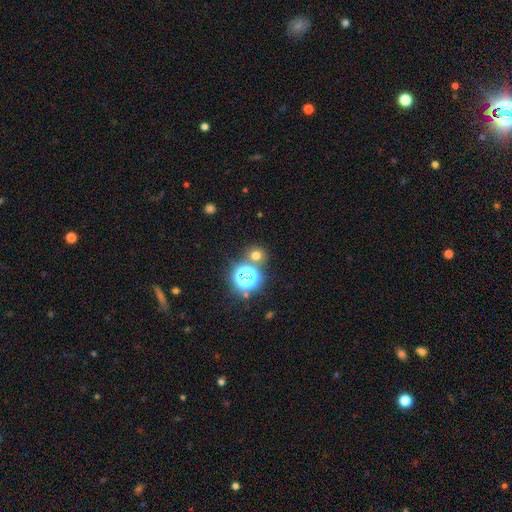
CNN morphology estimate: A smooth galaxy with no disk features (60%) that is round (87%).

Vote fractions:
- Smooth or featured? smooth: 60% / star or artifact: 32% / featured or disk: 7%
- How rounded? round: 87% / in between: 12% / cigar-shaped: 1%
- Merging? none: 73% / merger: 16% / minor disturbance: 8% / major disturbance: 4%